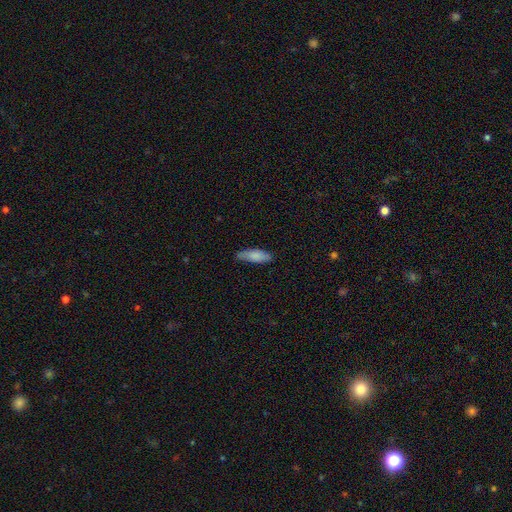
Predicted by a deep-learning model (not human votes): The model was most divided on "how rounded": in between: 62%, cigar-shaped: 36%, round: 2%. More confident: smooth or featured — smooth (82%); merging — none (73%).